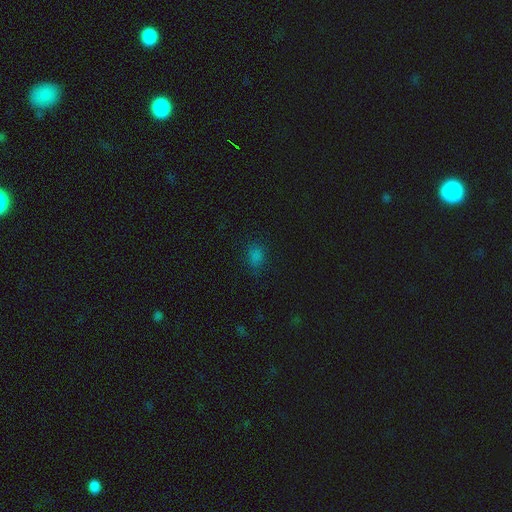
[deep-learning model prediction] The model was most divided on "how rounded": in between: 60%, round: 38%, cigar-shaped: 2%. More confident: merging — none (81%); smooth or featured — smooth (75%).